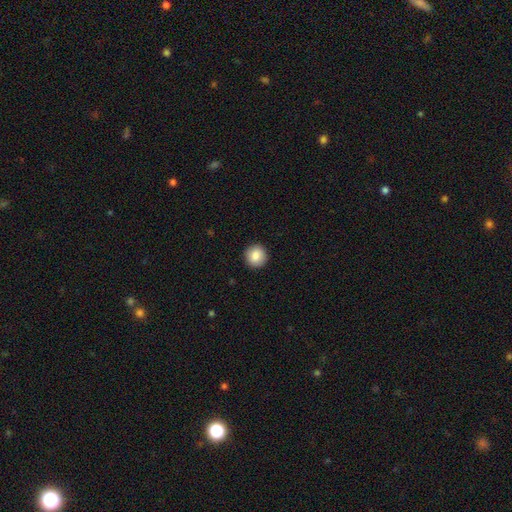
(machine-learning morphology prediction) Smooth or featured?
  - smooth: 87% *
  - star or artifact: 8%
  - featured or disk: 5%
How rounded?
  - round: 92% *
  - in between: 7%
  - cigar-shaped: 1%
Merging?
  - none: 92% *
  - minor disturbance: 6%
  - major disturbance: 2%
  - merger: 1%